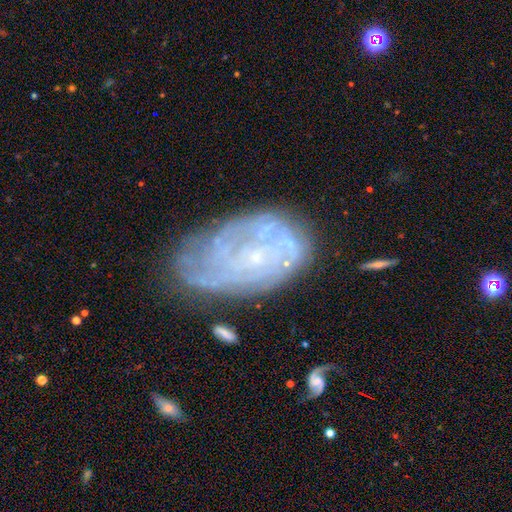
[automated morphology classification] The model was most divided on "merging": none: 54%, minor disturbance: 27%, major disturbance: 15%, merger: 4%. More confident: edge-on disk — no (96%); bulge size — small (84%); bar — no (78%); spiral arms — yes (77%); smooth or featured — featured or disk (74%); spiral winding — tight (62%); spiral arm count — can't tell (52%).